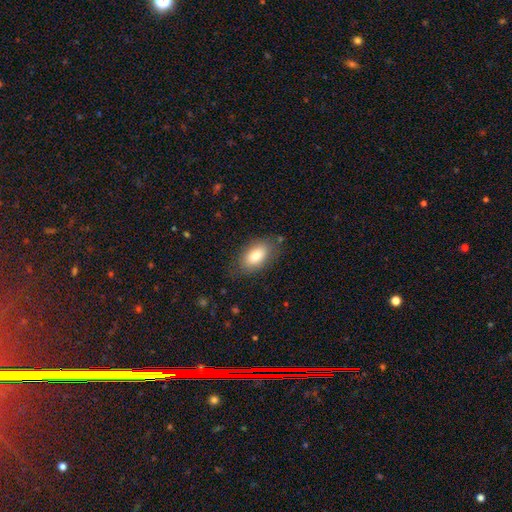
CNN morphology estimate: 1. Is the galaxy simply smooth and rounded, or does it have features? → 81% smooth, 12% featured or disk, 7% star or artifact.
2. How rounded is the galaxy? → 92% in between, 5% round, 3% cigar-shaped.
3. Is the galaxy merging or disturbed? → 79% none, 15% minor disturbance, 5% major disturbance, 2% merger.